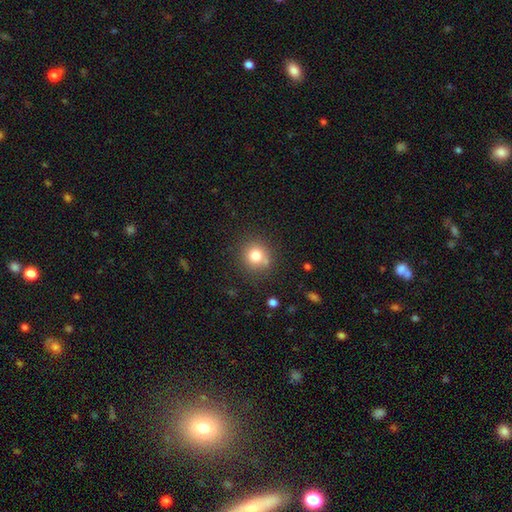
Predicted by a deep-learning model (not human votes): A smooth galaxy with no disk features (78%) that is round (89%). Merging: none (77%).